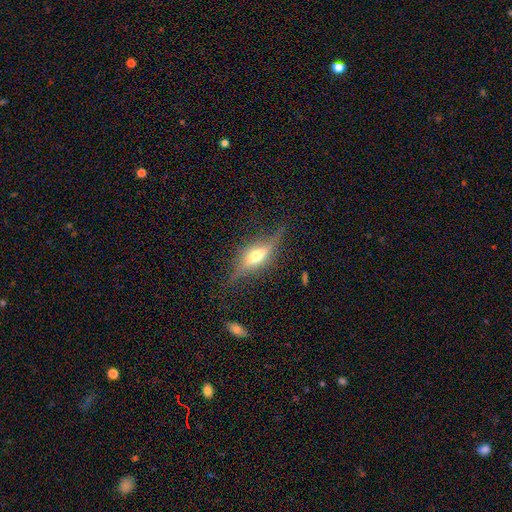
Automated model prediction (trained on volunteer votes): Smooth or featured: featured or disk — 73% (smooth — 18%)
Edge-on disk: yes — 91% (no — 9%)
Edge-on bulge: rounded — 87% (boxy — 9%)
Merging: none — 77% (minor disturbance — 15%)